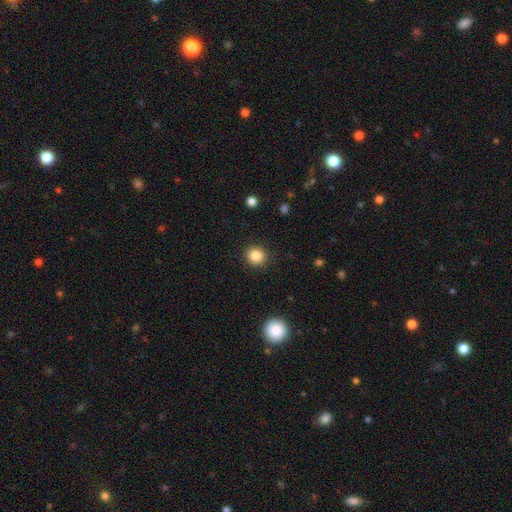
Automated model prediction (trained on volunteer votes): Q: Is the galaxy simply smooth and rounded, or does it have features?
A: smooth — 86%.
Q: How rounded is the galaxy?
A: round — 87%.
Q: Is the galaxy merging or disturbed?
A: none — 90%.